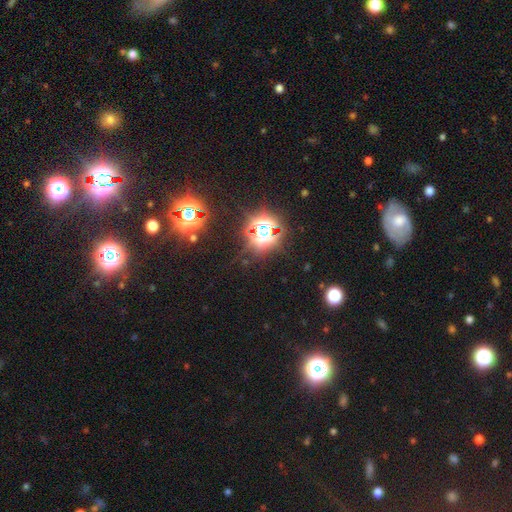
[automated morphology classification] Overall: star or artifact (70%).